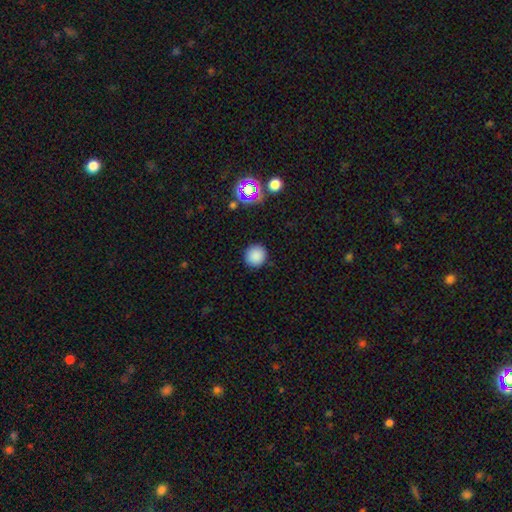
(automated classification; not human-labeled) This appears to be a smooth galaxy with no disk features (85%) that is round (91%). Merging: none (89%).